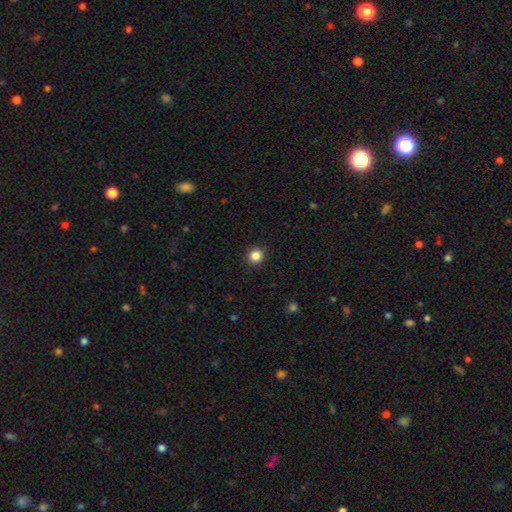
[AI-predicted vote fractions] This appears to be a smooth galaxy with no disk features (85%) that is round (93%). Merging: none (92%).